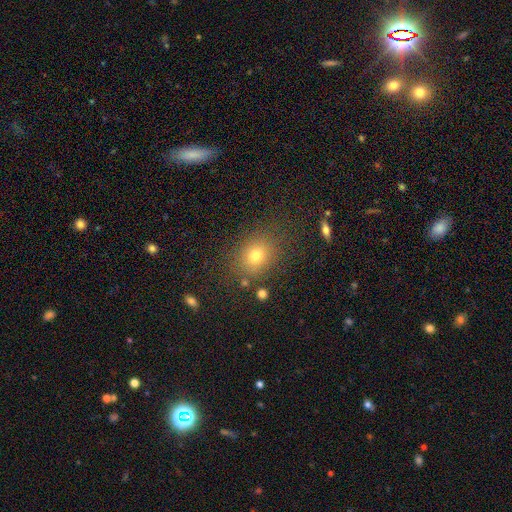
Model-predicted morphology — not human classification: smooth_or_featured: smooth (p=0.75) [alt: star or artifact p=0.15]
how_rounded: round (p=0.50) [alt: in between p=0.49]
merging: none (p=0.80) [alt: minor disturbance p=0.12]